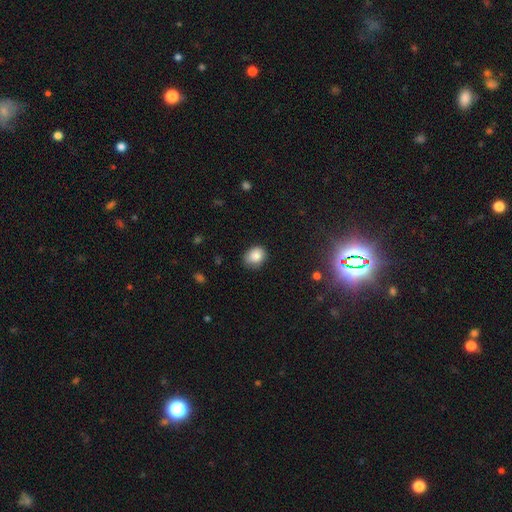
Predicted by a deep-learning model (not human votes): smooth-or-featured: smooth: 84% | star or artifact: 9% | featured or disk: 7%
  how-rounded: round: 51% | in between: 48% | cigar-shaped: 1%
  merging: none: 73% | minor disturbance: 22% | major disturbance: 4% | merger: 1%